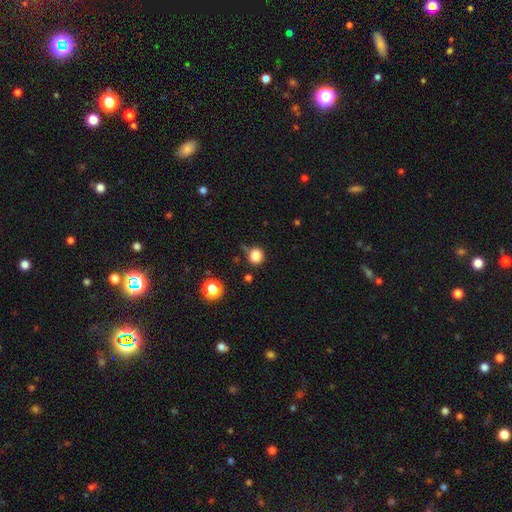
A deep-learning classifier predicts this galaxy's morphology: A smooth galaxy with no disk features (84%) that is round (84%). Merging: none (76%).